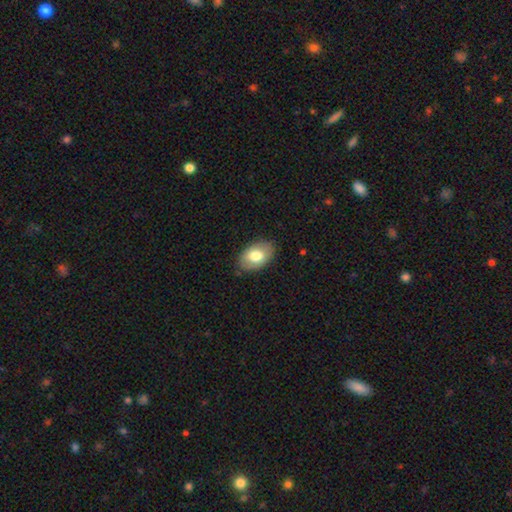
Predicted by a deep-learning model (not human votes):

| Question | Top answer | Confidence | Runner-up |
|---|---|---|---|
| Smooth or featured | smooth | 72% | featured or disk (22%) |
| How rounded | in between | 89% | round (10%) |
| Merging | none | 83% | minor disturbance (13%) |